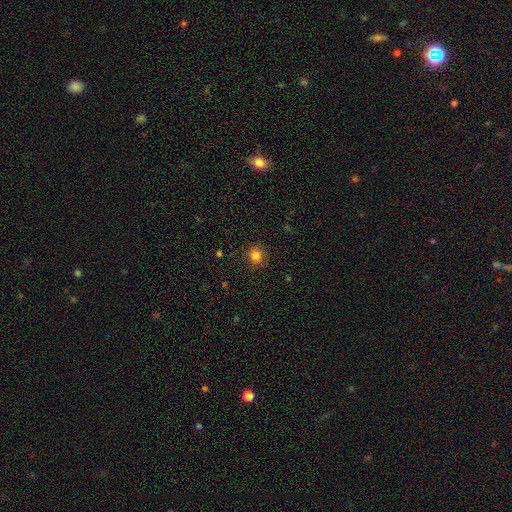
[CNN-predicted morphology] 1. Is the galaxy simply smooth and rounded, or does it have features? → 84% smooth, 12% star or artifact, 4% featured or disk.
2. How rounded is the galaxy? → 88% round, 11% in between, 1% cigar-shaped.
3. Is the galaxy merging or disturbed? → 89% none, 7% minor disturbance, 2% major disturbance, 1% merger.